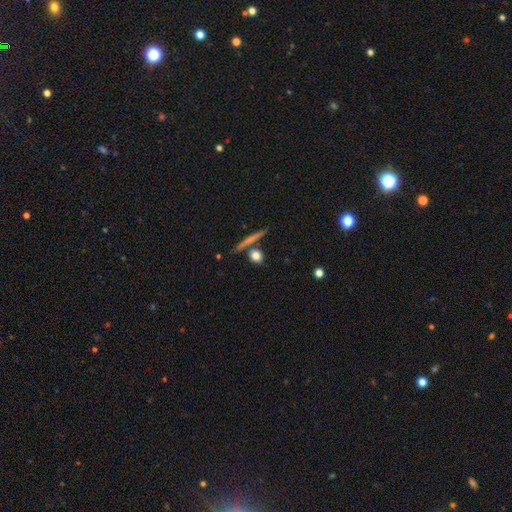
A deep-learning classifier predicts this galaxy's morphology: Smooth or featured?
  - smooth: 77% *
  - featured or disk: 14%
  - star or artifact: 9%
How rounded?
  - round: 62% *
  - in between: 21%
  - cigar-shaped: 17%
Merging?
  - none: 72% *
  - merger: 14%
  - minor disturbance: 10%
  - major disturbance: 4%